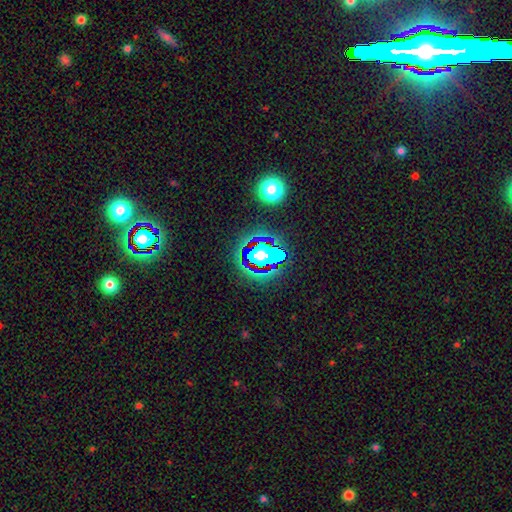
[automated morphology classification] Overall: star or artifact (63%).